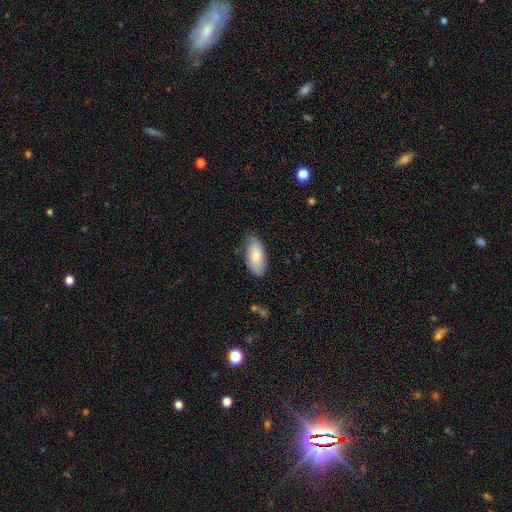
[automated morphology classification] type=smooth (81%); roundness=in between (90%); merging=none (77%).